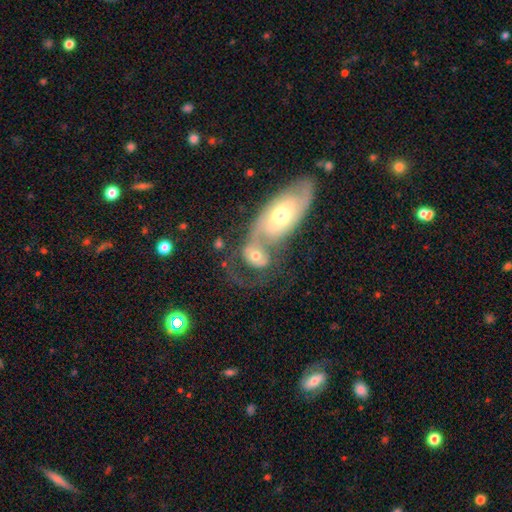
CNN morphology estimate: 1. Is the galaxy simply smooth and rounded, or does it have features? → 53% featured or disk, 40% smooth, 8% star or artifact.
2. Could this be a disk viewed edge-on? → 92% no, 8% yes.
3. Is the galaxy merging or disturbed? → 67% merger, 16% none, 10% major disturbance, 7% minor disturbance.